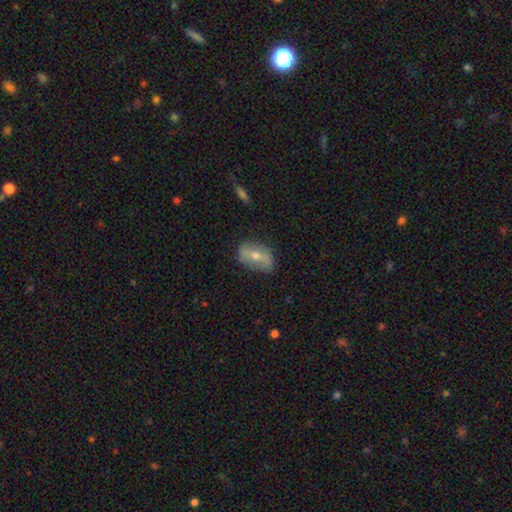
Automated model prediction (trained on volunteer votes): Smooth or featured?
  - featured or disk: 48% *
  - smooth: 43%
  - star or artifact: 8%
Merging?
  - none: 75% *
  - minor disturbance: 19%
  - major disturbance: 5%
  - merger: 1%